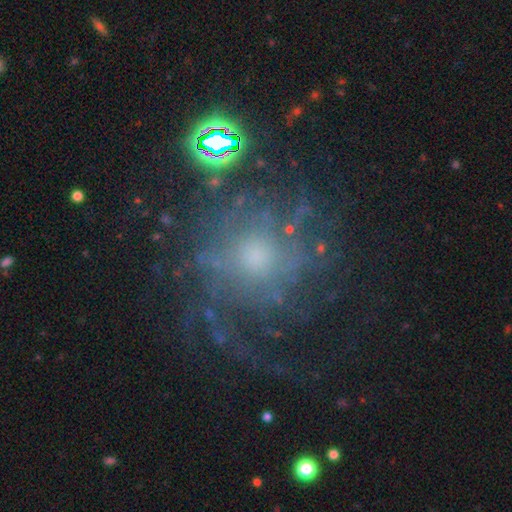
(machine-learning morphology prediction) Smooth or featured? featured or disk (59%)
Edge-on disk? no (96%)
Bar? no (83%)
Spiral arms? yes (70%)
Bulge size? moderate (44%)
Merging? none (60%)